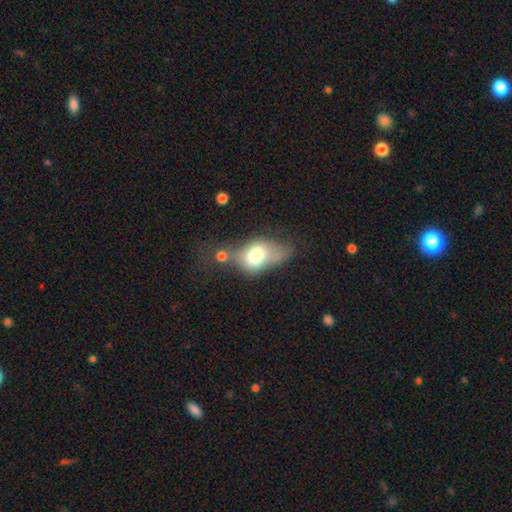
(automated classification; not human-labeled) Q: Smooth or featured?
A: smooth (69%); runner-up: featured or disk (23%)
Q: How rounded?
A: in between (77%); runner-up: round (20%)
Q: Merging?
A: major disturbance (28%); runner-up: merger (25%)